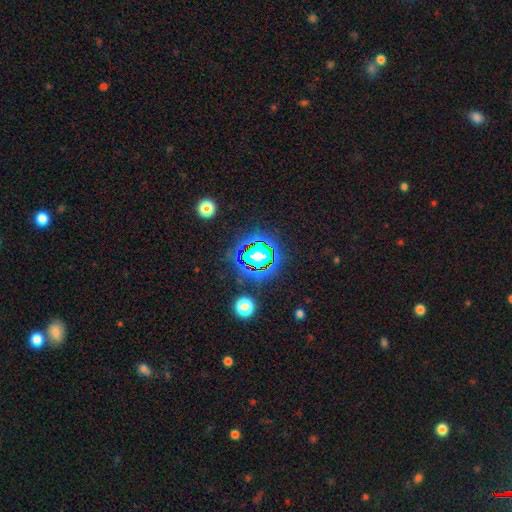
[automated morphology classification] Q: Smooth or featured?
A: star or artifact (58%); runner-up: smooth (28%)